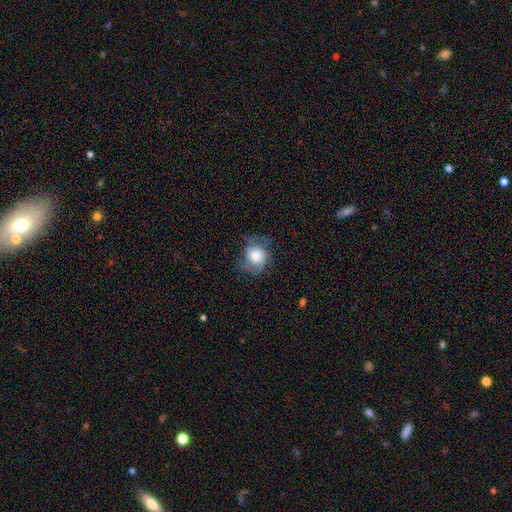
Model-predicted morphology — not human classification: A smooth galaxy with no disk features (52%) that is round (75%). Merging: none (58%).